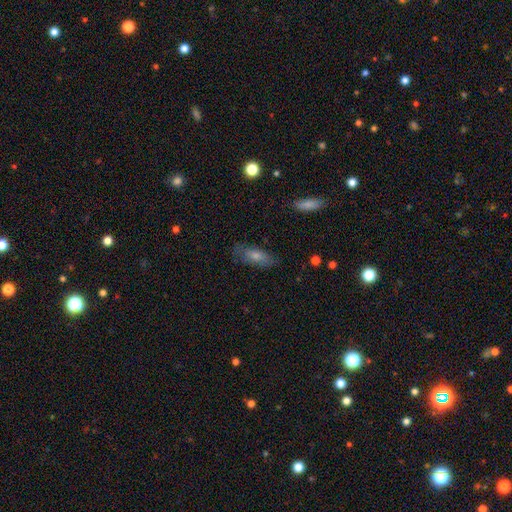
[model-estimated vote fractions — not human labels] Smooth or featured: smooth — 54% (featured or disk — 34%)
How rounded: in between — 63% (cigar-shaped — 33%)
Merging: none — 80% (minor disturbance — 15%)